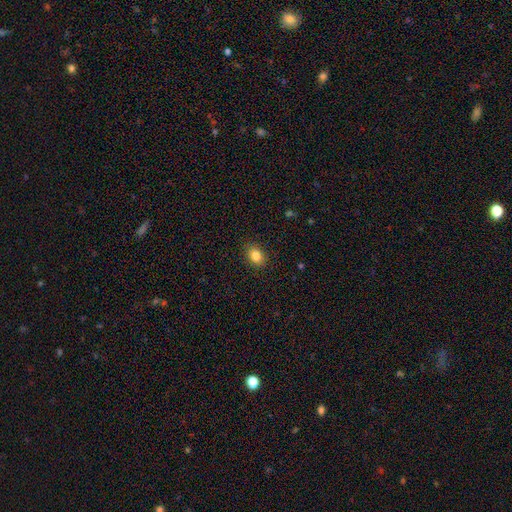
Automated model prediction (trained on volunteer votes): smooth_or_featured: smooth (p=0.84) [alt: star or artifact p=0.10]
how_rounded: in between (p=0.68) [alt: round p=0.31]
merging: none (p=0.89) [alt: minor disturbance p=0.08]